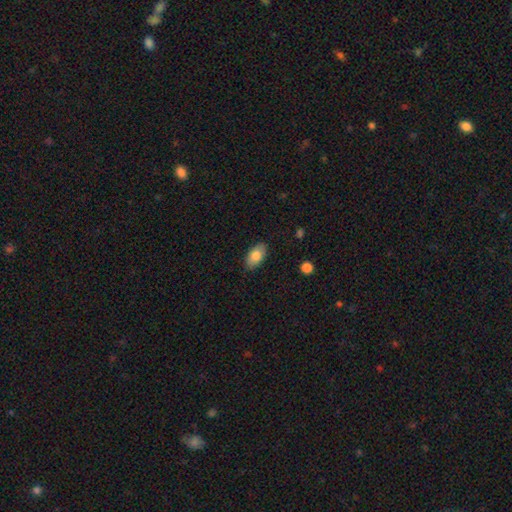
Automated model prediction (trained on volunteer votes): Q: Smooth or featured?
A: smooth (79%); runner-up: featured or disk (15%)
Q: How rounded?
A: in between (93%); runner-up: round (5%)
Q: Merging?
A: none (85%); runner-up: minor disturbance (12%)